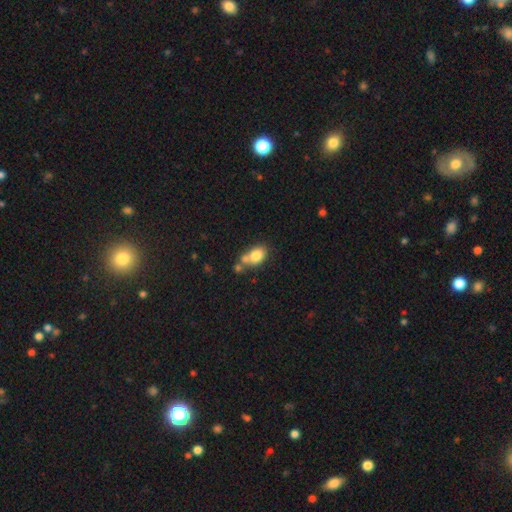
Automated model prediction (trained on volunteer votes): This is likely a smooth galaxy (80%). How rounded: likely in between (74%). Merging: marginally none (42%).